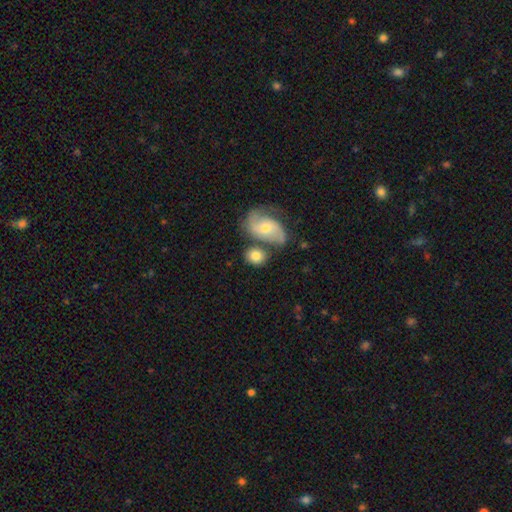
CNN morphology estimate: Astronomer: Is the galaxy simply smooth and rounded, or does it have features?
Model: smooth — 70%.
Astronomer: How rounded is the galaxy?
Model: round — 53% (runner-up: in between, 45%).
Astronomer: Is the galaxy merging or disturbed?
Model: none — 58%.